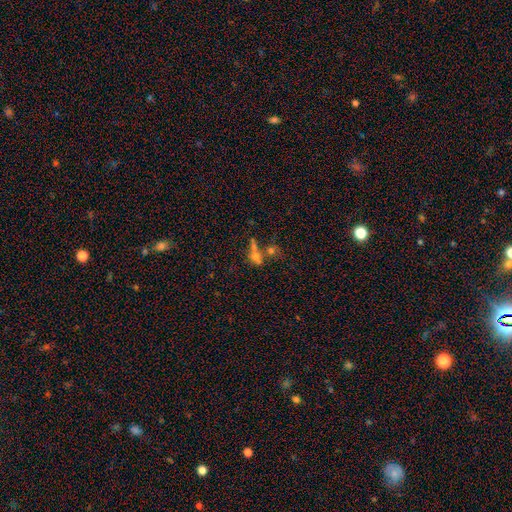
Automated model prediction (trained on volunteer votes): Smooth or featured? smooth (58%)
How rounded? round (54%)
Merging? merger (56%)